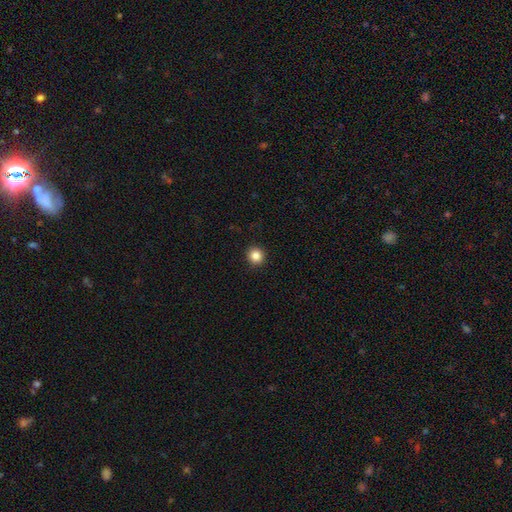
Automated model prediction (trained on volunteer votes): Smooth or featured?
  - smooth: 85% *
  - star or artifact: 11%
  - featured or disk: 4%
How rounded?
  - round: 93% *
  - in between: 6%
  - cigar-shaped: 1%
Merging?
  - none: 93% *
  - minor disturbance: 5%
  - major disturbance: 2%
  - merger: 1%